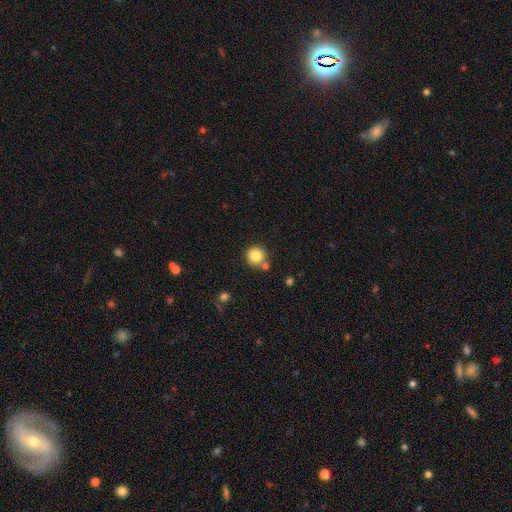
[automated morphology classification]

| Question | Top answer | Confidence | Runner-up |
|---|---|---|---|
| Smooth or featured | smooth | 83% | star or artifact (10%) |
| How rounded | round | 93% | in between (6%) |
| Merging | none | 77% | merger (12%) |